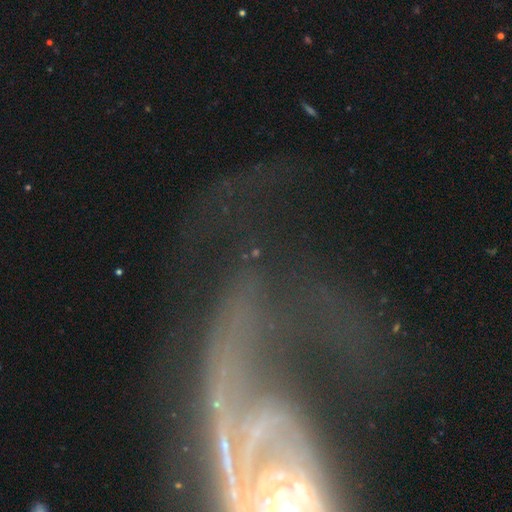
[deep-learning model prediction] Smooth or featured? featured or disk (60%)
Edge-on disk? no (84%)
Bar? no (41%)
Spiral arms? yes (70%)
Bulge size? small (46%)
Merging? none (42%)